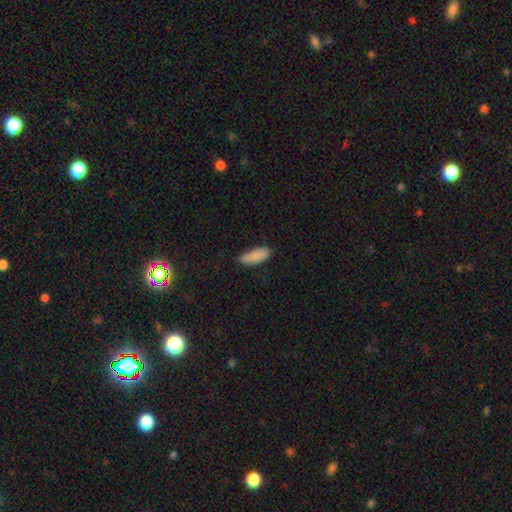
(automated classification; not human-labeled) A smooth galaxy with no disk features (87%) that is in between round and cigar-shaped (77%).

Vote fractions:
- Smooth or featured? smooth: 87% / star or artifact: 7% / featured or disk: 6%
- How rounded? in between: 77% / cigar-shaped: 22% / round: 2%
- Merging? none: 69% / minor disturbance: 25% / major disturbance: 4% / merger: 2%